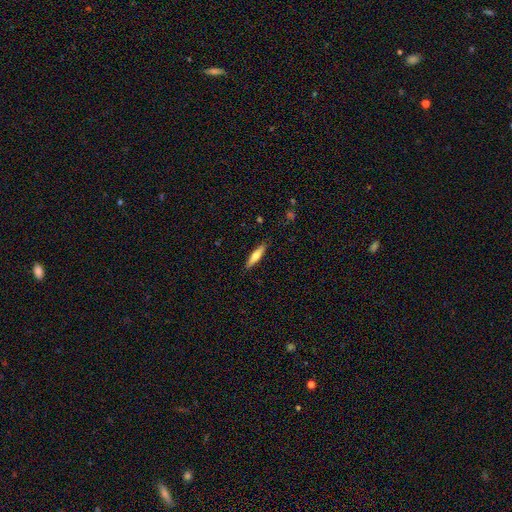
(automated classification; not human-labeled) This is likely a smooth galaxy (61%). How rounded: likely cigar-shaped (79%). Merging: clearly none (88%).